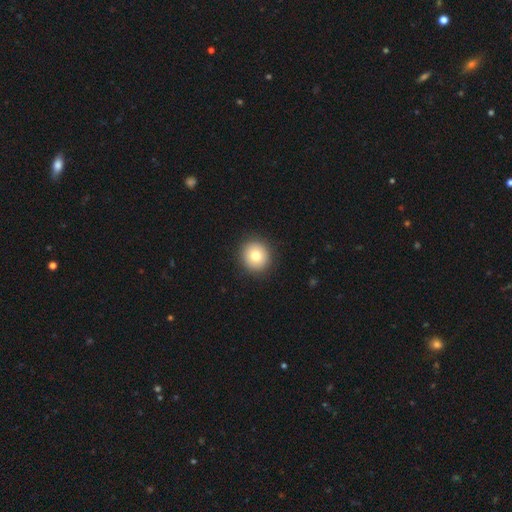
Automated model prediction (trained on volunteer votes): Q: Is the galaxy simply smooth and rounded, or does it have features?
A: smooth — 78%.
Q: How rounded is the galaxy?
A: round — 92%.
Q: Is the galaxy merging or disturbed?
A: none — 92%.